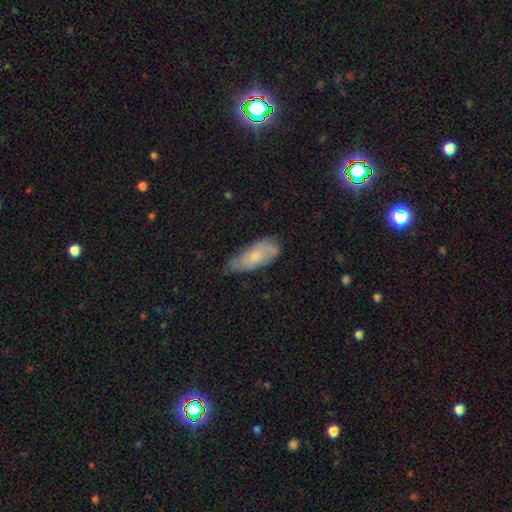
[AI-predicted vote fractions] smooth 54%, featured or disk 40%, star or artifact 7%. Down the decision tree: how rounded — in between (79%); merging — none (63%).